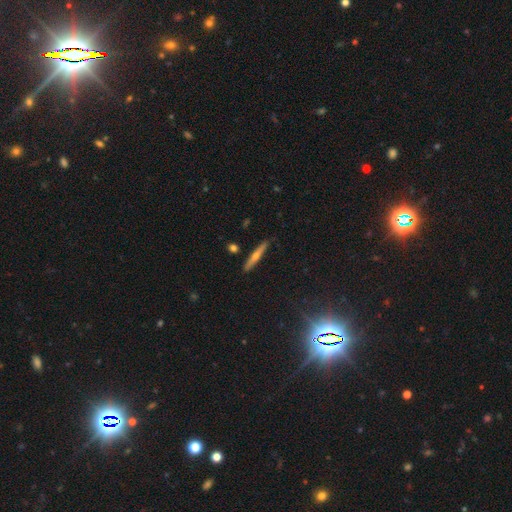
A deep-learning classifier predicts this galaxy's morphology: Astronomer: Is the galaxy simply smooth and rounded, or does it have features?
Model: featured or disk — 57% (runner-up: smooth, 34%).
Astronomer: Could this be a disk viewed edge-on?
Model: yes — 96%.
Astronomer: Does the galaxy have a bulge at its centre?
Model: rounded — 79%.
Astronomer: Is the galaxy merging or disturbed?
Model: none — 89%.